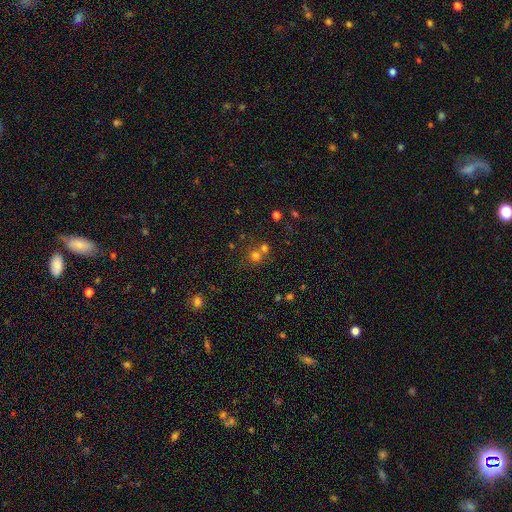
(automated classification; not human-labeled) smooth 69%, star or artifact 21%, featured or disk 10%. Down the decision tree: how rounded — round (88%); merging — none (53%).